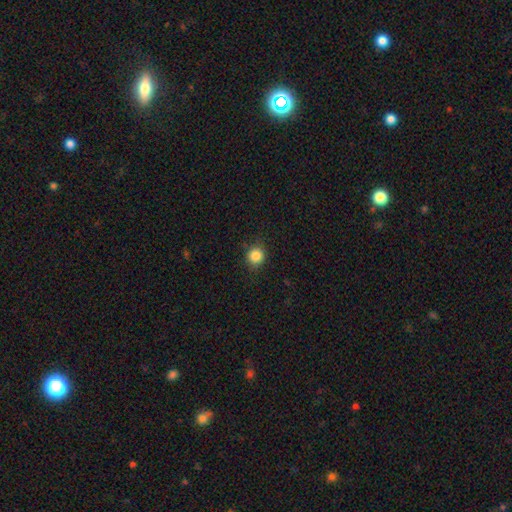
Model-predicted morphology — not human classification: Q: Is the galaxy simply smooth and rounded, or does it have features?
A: smooth — 85%.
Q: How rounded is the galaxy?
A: round — 89%.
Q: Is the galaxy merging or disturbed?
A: none — 87%.